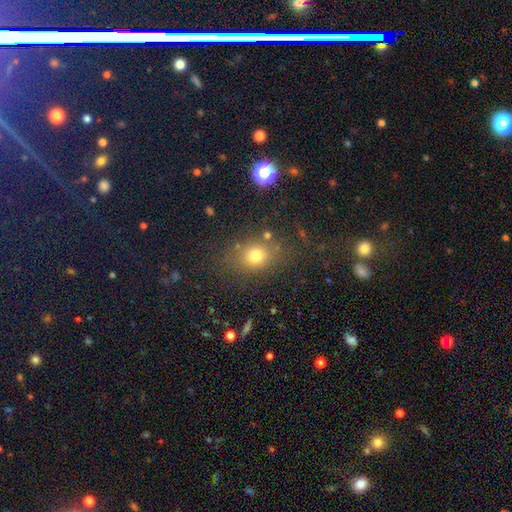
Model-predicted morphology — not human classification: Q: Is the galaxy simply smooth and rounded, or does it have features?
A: smooth — 73%.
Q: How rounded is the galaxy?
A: round — 59%.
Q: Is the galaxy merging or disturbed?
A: none — 76%.